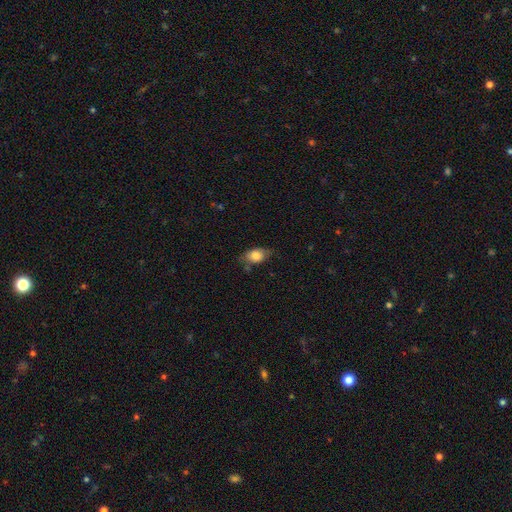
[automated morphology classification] Smooth or featured? smooth (78%)
How rounded? in between (84%)
Merging? none (65%)